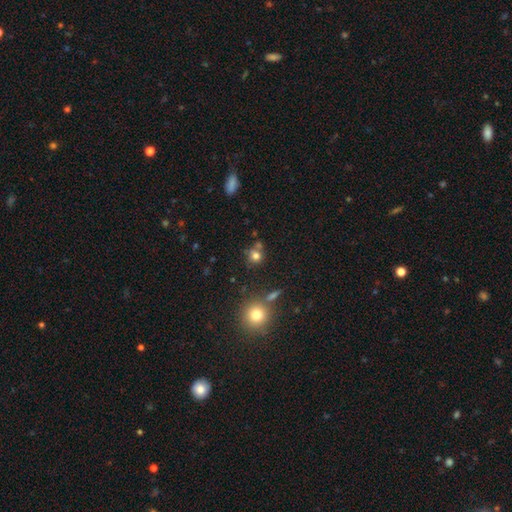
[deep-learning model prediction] Overall: smooth (74%). How rounded: round (84%). Merging: none (62%).